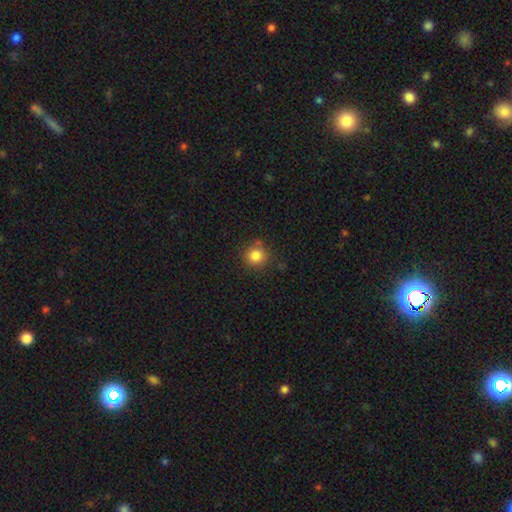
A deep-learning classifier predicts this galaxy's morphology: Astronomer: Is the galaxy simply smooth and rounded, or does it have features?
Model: smooth — 83%.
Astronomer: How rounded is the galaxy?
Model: round — 91%.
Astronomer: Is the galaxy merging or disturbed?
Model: none — 81%.